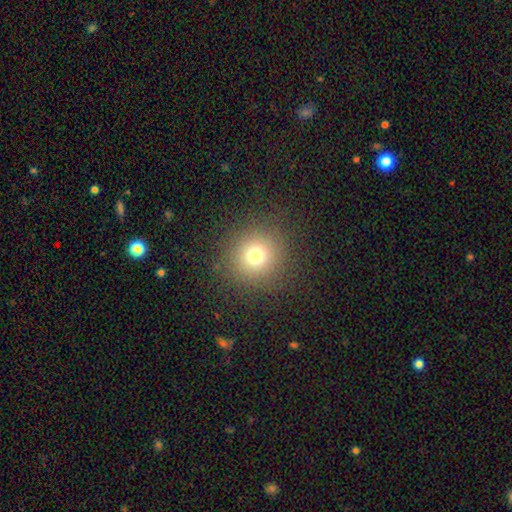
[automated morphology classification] A smooth galaxy with no disk features (72%) that is round (93%).

Vote fractions:
- Smooth or featured? smooth: 72% / star or artifact: 18% / featured or disk: 10%
- How rounded? round: 93% / in between: 6% / cigar-shaped: 1%
- Merging? none: 87% / minor disturbance: 7% / major disturbance: 5% / merger: 1%